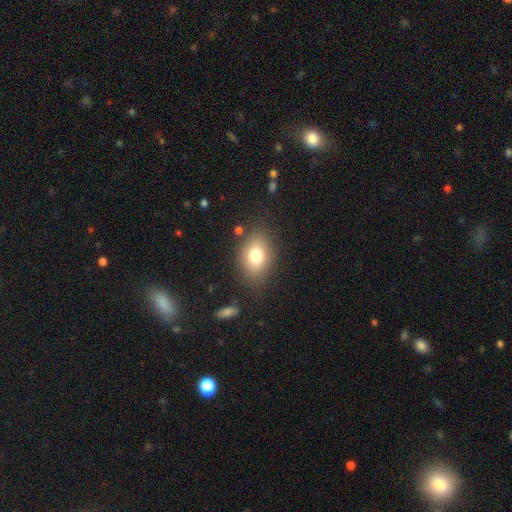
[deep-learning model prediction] Overall: smooth (77%). How rounded: in between (74%). Merging: none (80%).